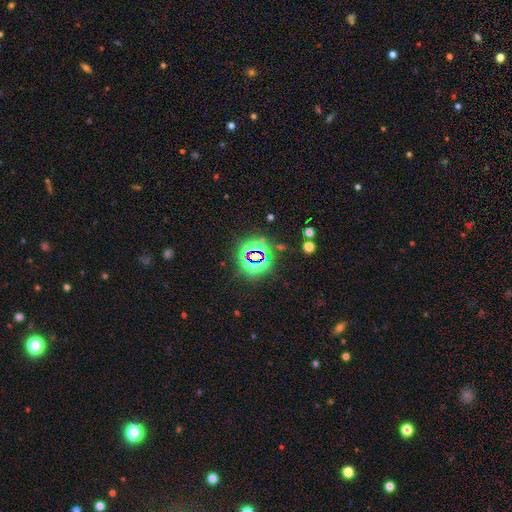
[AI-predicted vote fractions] This is likely a star or artifact rather than a galaxy (76%).